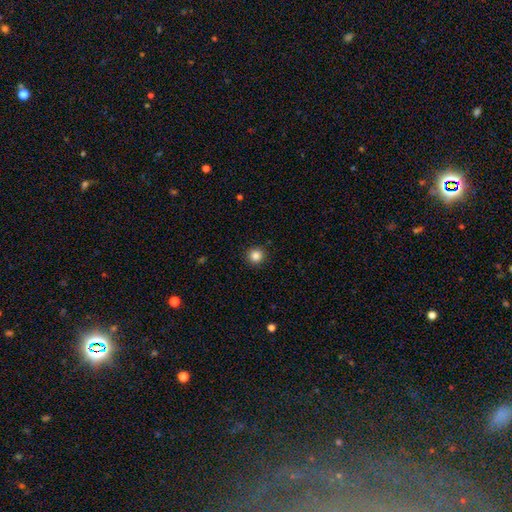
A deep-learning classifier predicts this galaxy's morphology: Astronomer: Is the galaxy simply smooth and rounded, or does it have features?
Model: smooth — 85%.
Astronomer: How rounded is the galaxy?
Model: round — 94%.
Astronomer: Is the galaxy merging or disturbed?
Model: none — 92%.